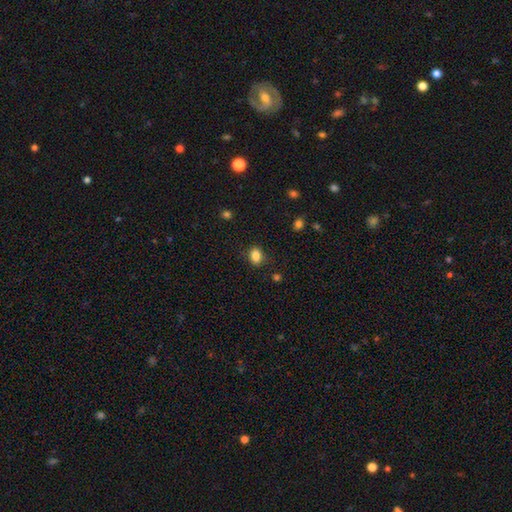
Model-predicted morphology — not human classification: A smooth galaxy with no disk features (84%) that is in between round and cigar-shaped (65%). Merging: none (83%).